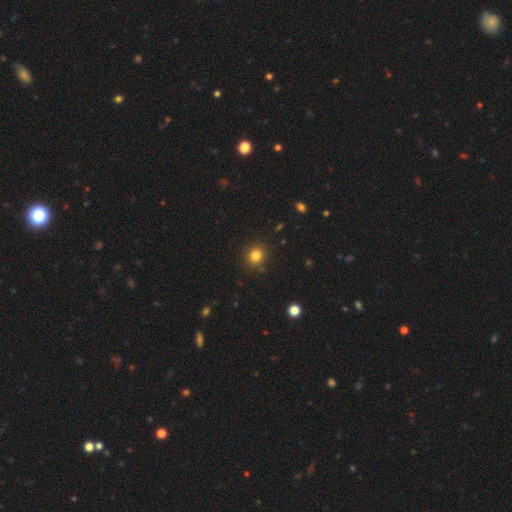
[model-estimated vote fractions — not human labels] This is clearly a smooth galaxy (83%). How rounded: clearly round (84%). Merging: clearly none (88%).